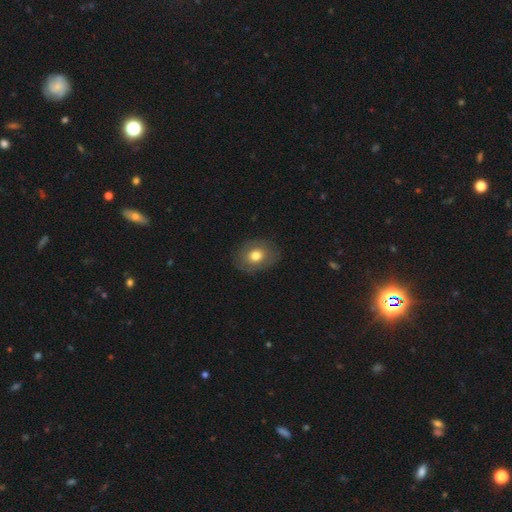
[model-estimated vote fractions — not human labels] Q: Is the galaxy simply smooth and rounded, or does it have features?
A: smooth — 67%.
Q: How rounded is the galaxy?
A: in between — 54%.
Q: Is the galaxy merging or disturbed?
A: none — 83%.